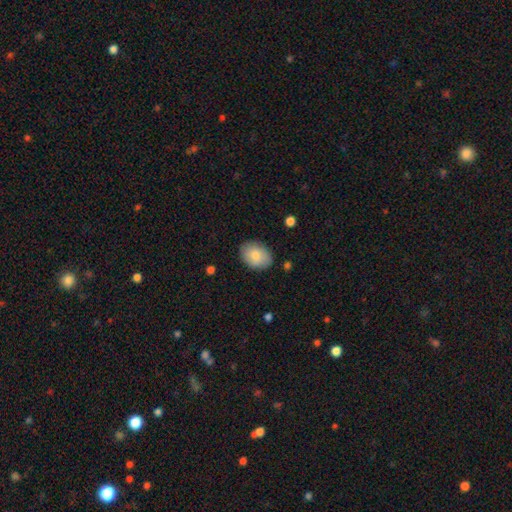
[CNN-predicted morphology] type=smooth (81%); roundness=in between (75%); merging=none (83%).